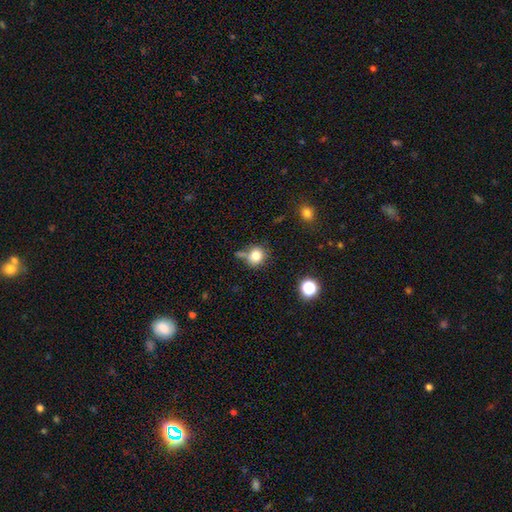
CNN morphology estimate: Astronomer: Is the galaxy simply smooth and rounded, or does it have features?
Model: smooth — 80%.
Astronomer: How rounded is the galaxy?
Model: round — 83%.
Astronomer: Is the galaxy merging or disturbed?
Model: none — 61%.